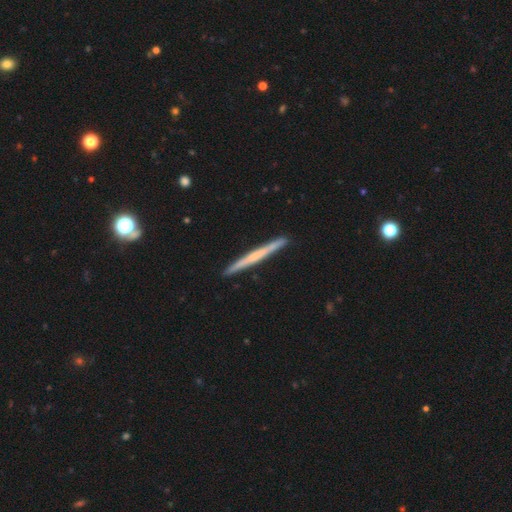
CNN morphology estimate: Q: Smooth or featured?
A: featured or disk (56%); runner-up: smooth (39%)
Q: Edge-on disk?
A: yes (98%); runner-up: no (2%)
Q: Edge-on bulge?
A: none (68%); runner-up: rounded (25%)
Q: Merging?
A: none (92%); runner-up: minor disturbance (6%)